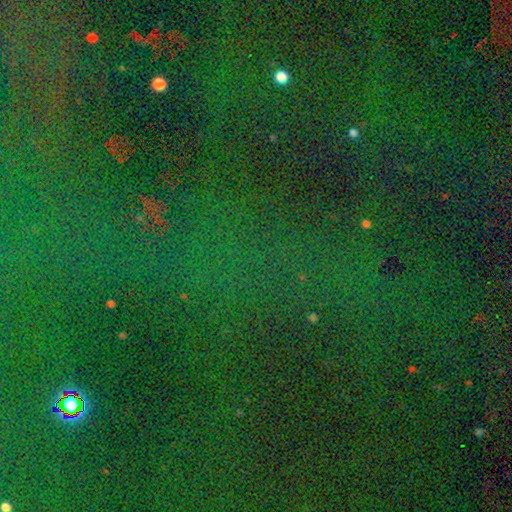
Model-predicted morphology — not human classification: A star or artifact, not a galaxy (80%).

Vote fractions:
- Smooth or featured? star or artifact: 80% / smooth: 12% / featured or disk: 8%